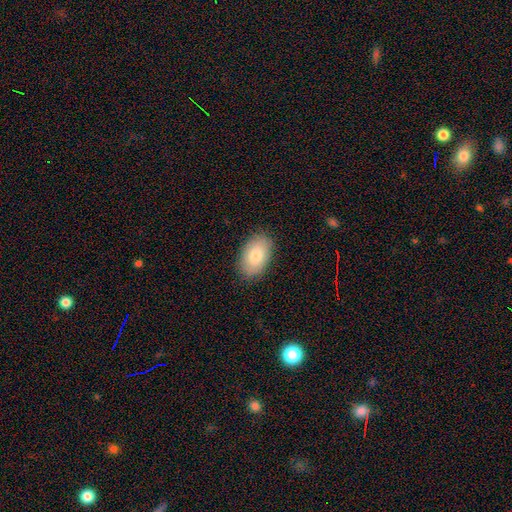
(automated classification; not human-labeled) smooth_or_featured: smooth (p=0.81) [alt: featured or disk p=0.12]
how_rounded: in between (p=0.92) [alt: round p=0.07]
merging: none (p=0.87) [alt: minor disturbance p=0.10]